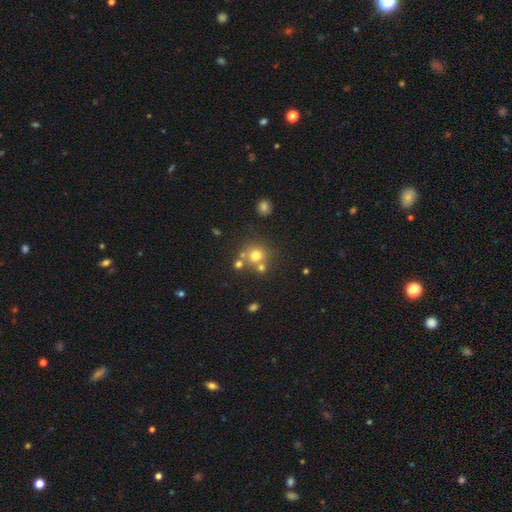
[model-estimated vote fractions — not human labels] This is likely a smooth galaxy (70%). How rounded: clearly round (88%). Merging: likely none (61%).